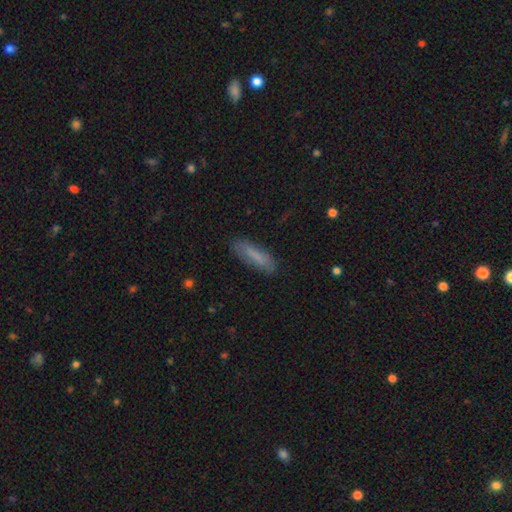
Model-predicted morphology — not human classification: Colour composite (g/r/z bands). It shows a smooth galaxy with no disk features (76%) that is cigar-shaped (66%). Merging: none (82%).